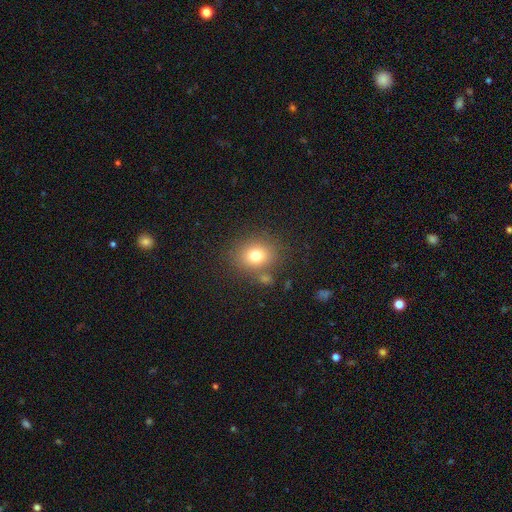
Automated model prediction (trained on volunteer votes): smooth-or-featured: smooth: 76% | star or artifact: 13% | featured or disk: 10%
  how-rounded: round: 63% | in between: 36% | cigar-shaped: 1%
  merging: none: 78% | minor disturbance: 11% | merger: 8% | major disturbance: 4%